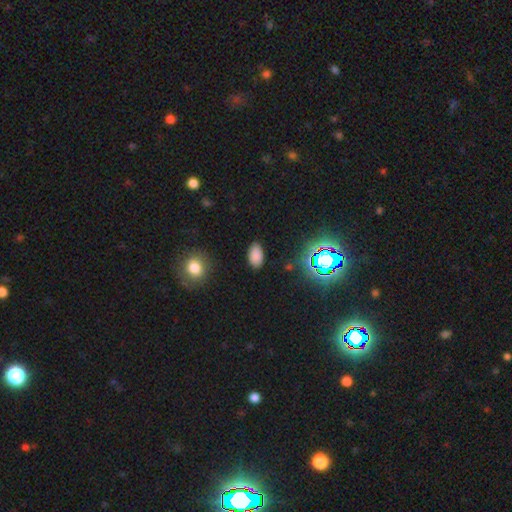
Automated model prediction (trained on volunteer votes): A smooth galaxy with no disk features (78%) that is in between round and cigar-shaped (93%). Merging: none (86%).